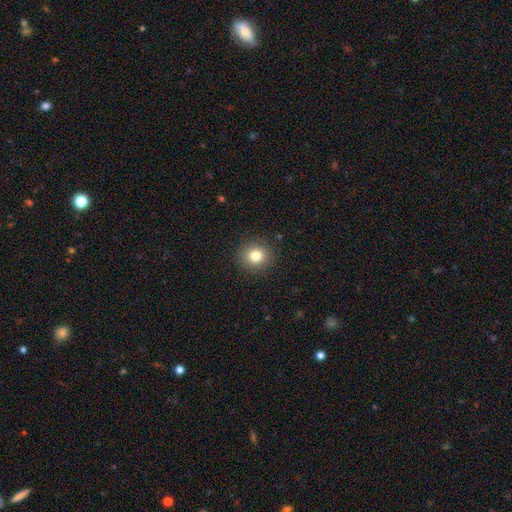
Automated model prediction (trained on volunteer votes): Smooth or featured? smooth (80%)
How rounded? round (89%)
Merging? none (90%)